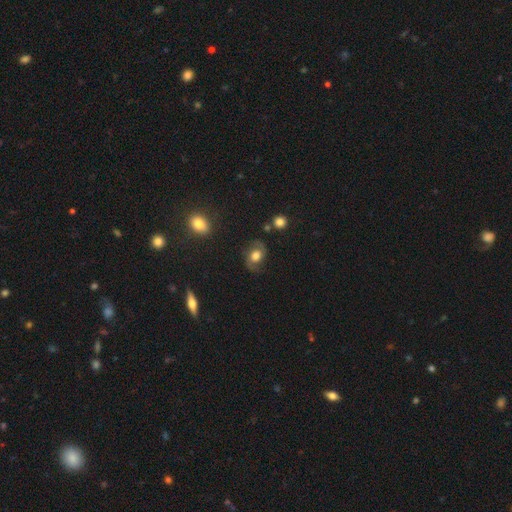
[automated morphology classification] type=featured or disk (54%); edge-on=no (96%); bar=no (66%); spiral arms=yes (82%); bulge=moderate (46%); merging=none (72%).